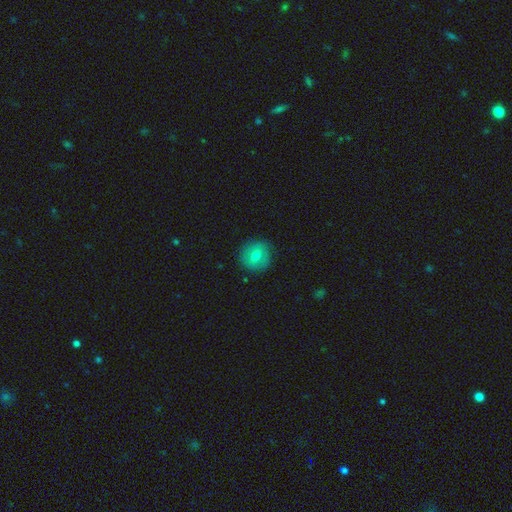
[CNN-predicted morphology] smooth 64%, featured or disk 27%, star or artifact 9%. Down the decision tree: how rounded — round (89%); merging — none (86%).